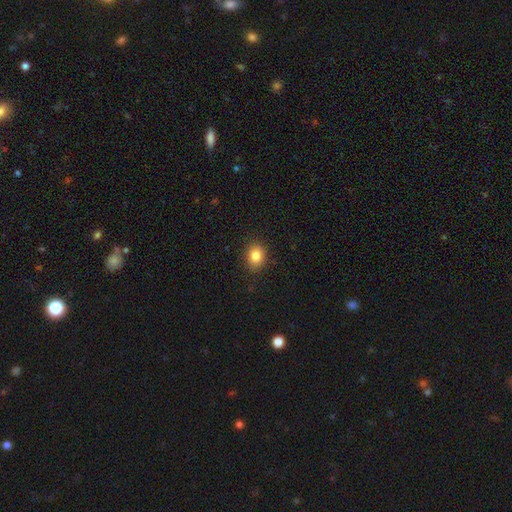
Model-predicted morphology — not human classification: This appears to be a smooth galaxy with no disk features (84%) that is round (50%). Merging: none (87%).